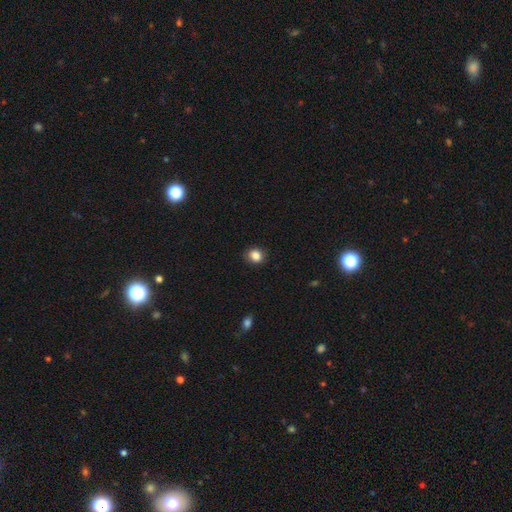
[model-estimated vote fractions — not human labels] Smooth or featured?
  - smooth: 85% *
  - star or artifact: 10%
  - featured or disk: 5%
How rounded?
  - round: 68% *
  - in between: 31%
  - cigar-shaped: 1%
Merging?
  - none: 85% *
  - minor disturbance: 11%
  - major disturbance: 2%
  - merger: 1%